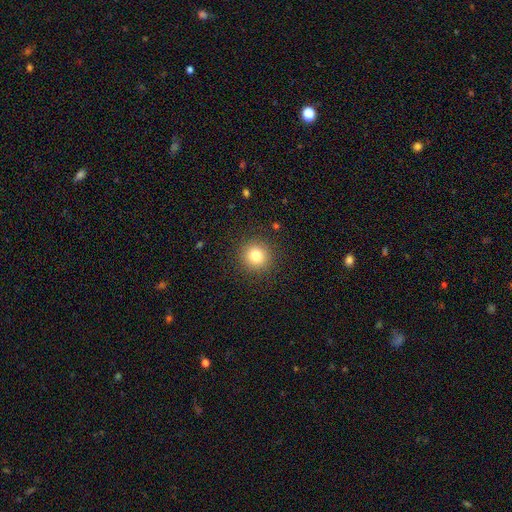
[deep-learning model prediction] smooth_or_featured: smooth (p=0.81) [alt: star or artifact p=0.12]
how_rounded: round (p=0.94) [alt: in between p=0.05]
merging: none (p=0.90) [alt: minor disturbance p=0.06]